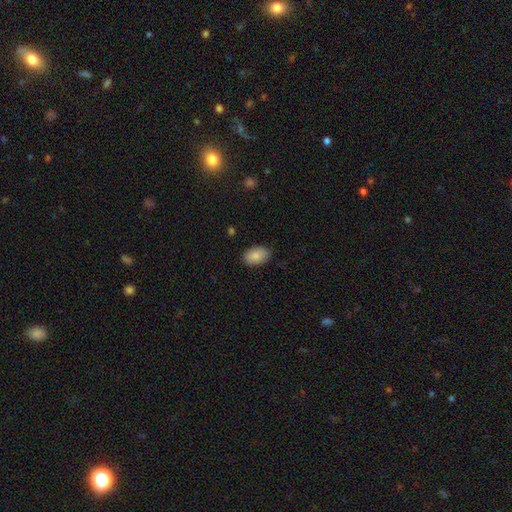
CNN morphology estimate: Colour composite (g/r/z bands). It shows a smooth galaxy with no disk features (88%) that is in between round and cigar-shaped (90%). Merging: none (85%).